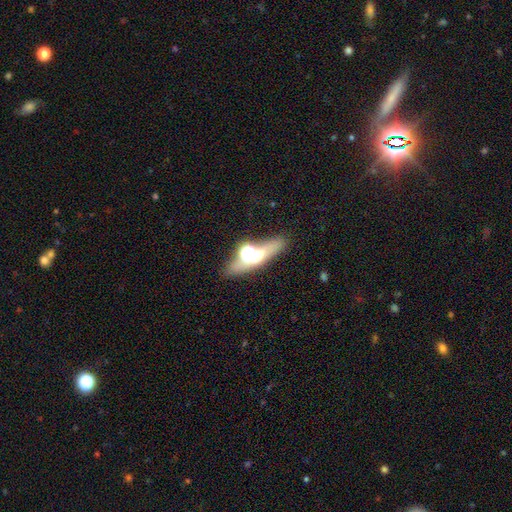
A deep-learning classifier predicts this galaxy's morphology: smooth-or-featured: featured or disk: 43% | smooth: 41% | star or artifact: 16%
  merging: none: 59% | merger: 18% | minor disturbance: 14% | major disturbance: 9%